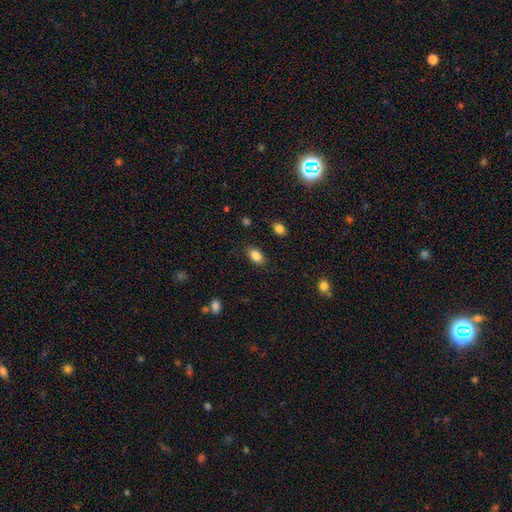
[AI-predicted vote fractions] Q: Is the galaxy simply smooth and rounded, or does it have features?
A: smooth — 85%.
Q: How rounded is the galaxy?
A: in between — 89%.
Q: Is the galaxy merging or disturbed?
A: none — 85%.